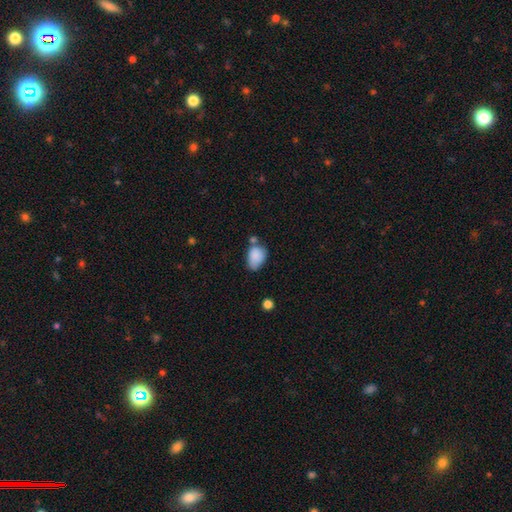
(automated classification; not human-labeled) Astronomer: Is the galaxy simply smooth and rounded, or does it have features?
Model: smooth — 85%.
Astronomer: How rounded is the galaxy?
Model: in between — 80%.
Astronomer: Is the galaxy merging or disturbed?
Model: none — 42% (runner-up: minor disturbance, 31%).